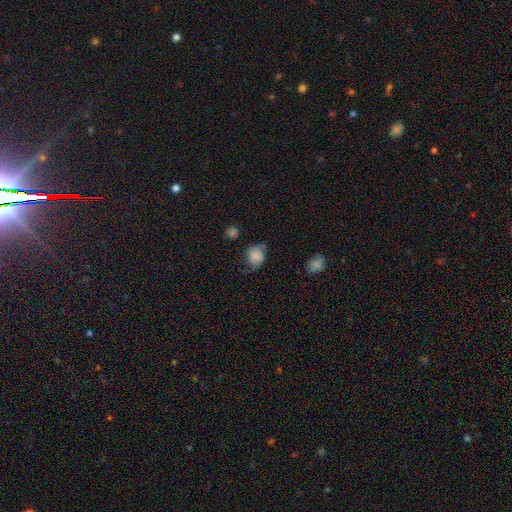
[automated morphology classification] Smooth or featured? smooth (79%)
How rounded? round (56%)
Merging? none (57%)